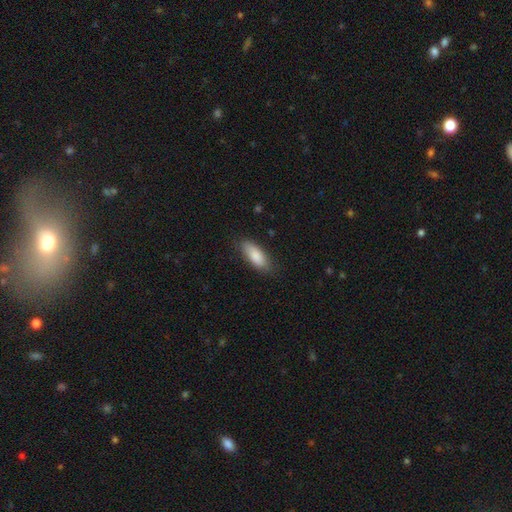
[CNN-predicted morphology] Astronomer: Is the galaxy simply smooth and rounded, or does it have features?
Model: smooth — 86%.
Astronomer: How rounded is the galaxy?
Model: in between — 78%.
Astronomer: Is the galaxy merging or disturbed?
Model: none — 80%.